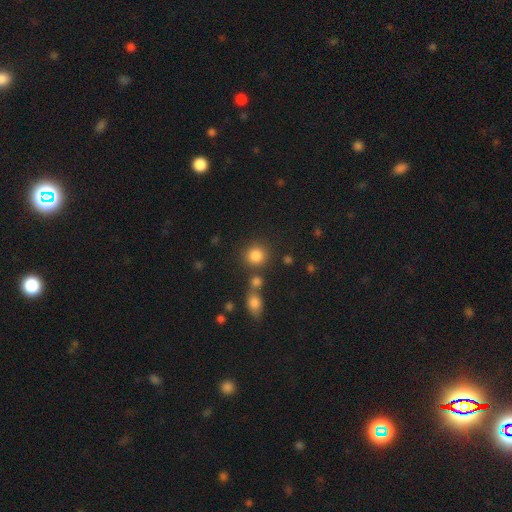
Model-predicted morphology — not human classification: This appears to be a smooth galaxy with no disk features (83%) that is round (88%). Merging: none (73%).